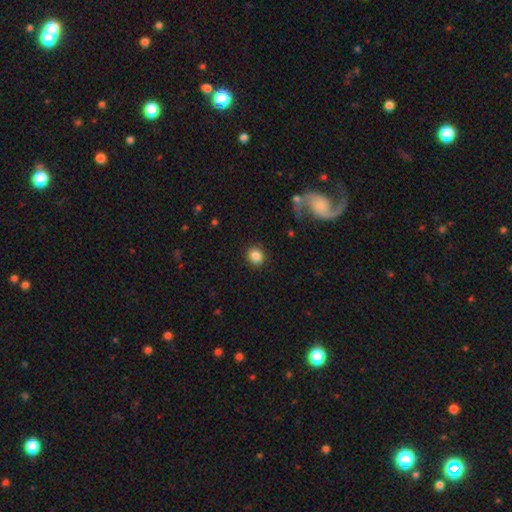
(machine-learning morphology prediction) type=smooth (85%); roundness=round (80%); merging=none (89%).